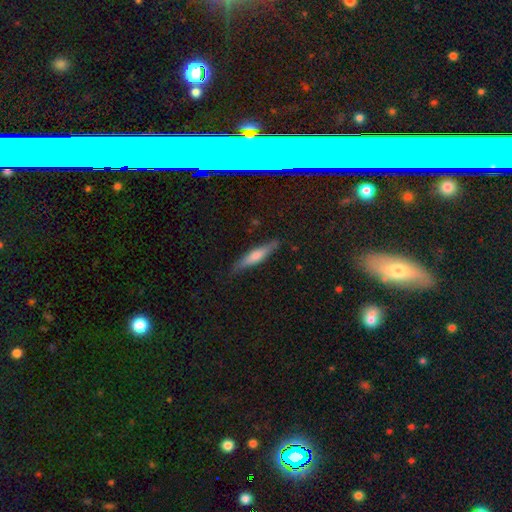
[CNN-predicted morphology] smooth_or_featured: smooth (p=0.52) [alt: featured or disk p=0.40]
how_rounded: cigar-shaped (p=0.81) [alt: in between p=0.17]
merging: none (p=0.84) [alt: minor disturbance p=0.13]